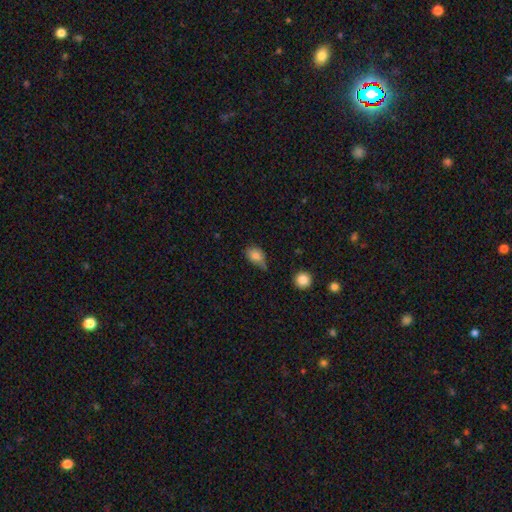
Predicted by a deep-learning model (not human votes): Smooth or featured? smooth (81%)
How rounded? in between (70%)
Merging? minor disturbance (43%)